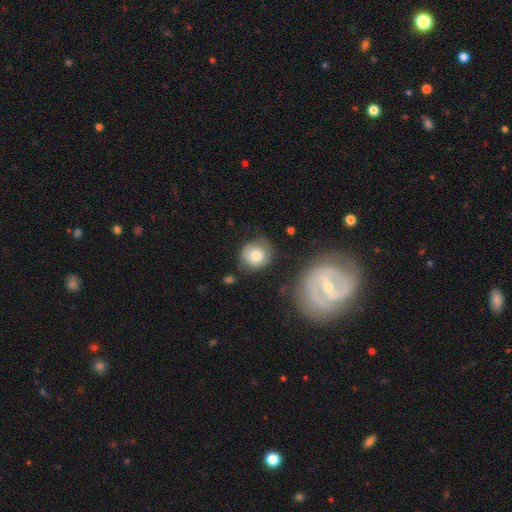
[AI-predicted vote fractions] Smooth or featured? Predicted: smooth (p=0.72). How rounded? Predicted: round (p=0.84). Merging? Predicted: none (p=0.66).